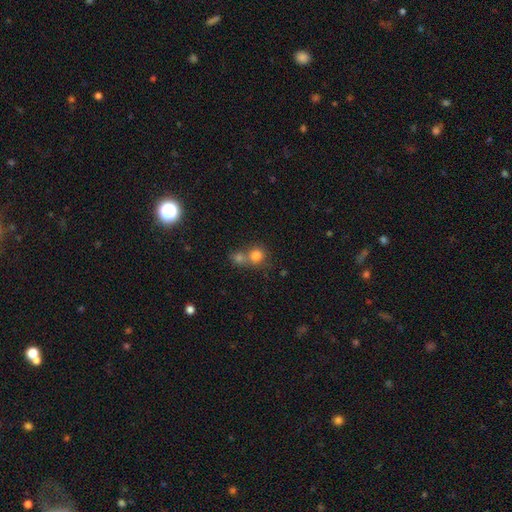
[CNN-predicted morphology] Overall: smooth (78%). How rounded: round (80%). Merging: merger (52%; none 37%).